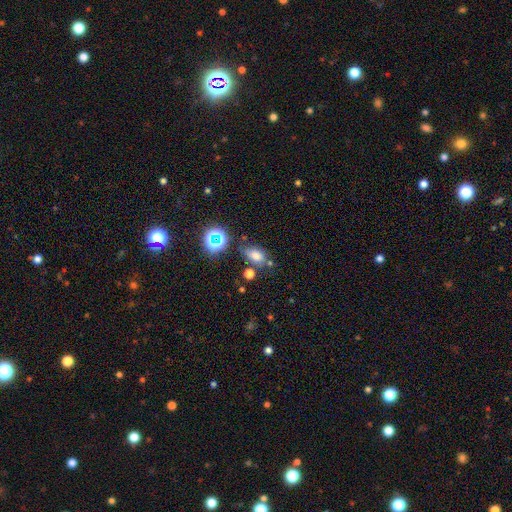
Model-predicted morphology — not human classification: The model was most divided on "merging": none: 65%, minor disturbance: 19%, merger: 10%, major disturbance: 6%. More confident: how rounded — in between (79%); smooth or featured — smooth (68%).